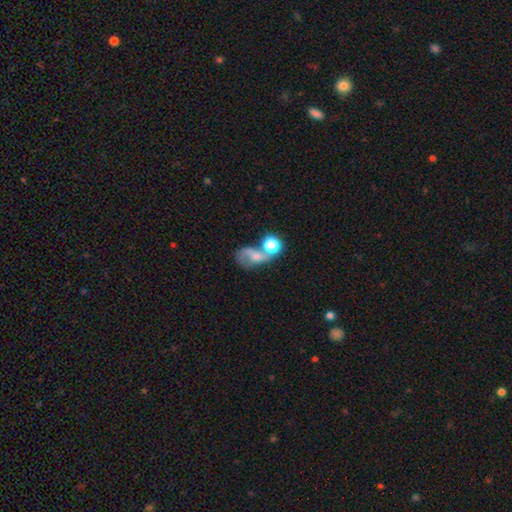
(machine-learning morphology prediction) featured or disk 46%, smooth 38%, star or artifact 16%. Down the decision tree: merging — merger (40%).